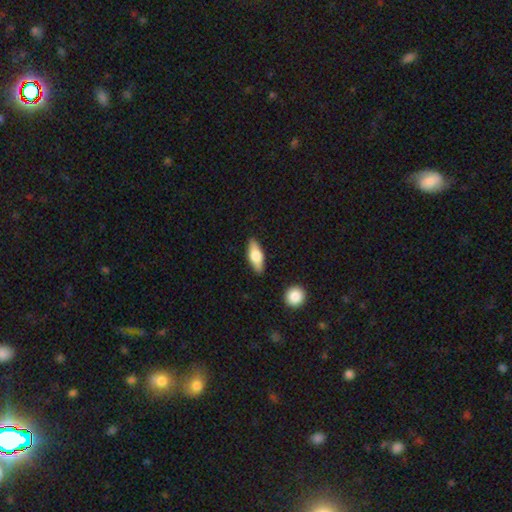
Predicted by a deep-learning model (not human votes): Morphology: type=smooth (66%); roundness=in between (69%); merging=none (86%).